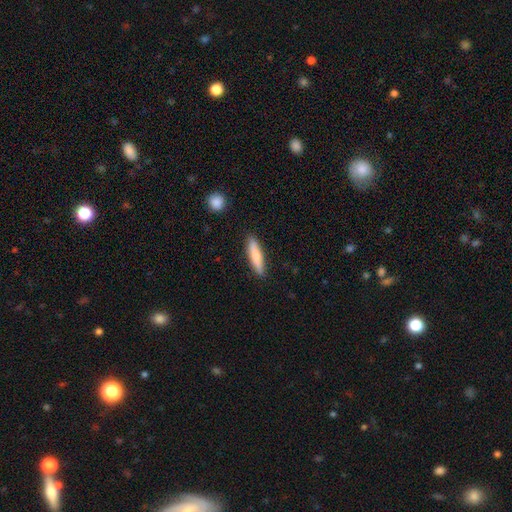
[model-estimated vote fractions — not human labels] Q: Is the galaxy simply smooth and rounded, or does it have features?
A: smooth — 72%.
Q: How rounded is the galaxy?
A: cigar-shaped — 83%.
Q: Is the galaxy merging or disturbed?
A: none — 89%.